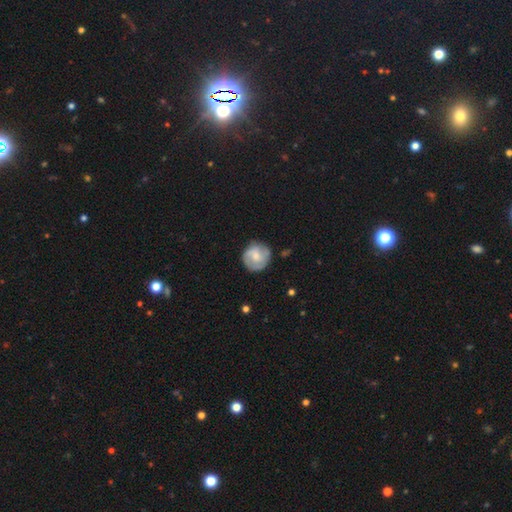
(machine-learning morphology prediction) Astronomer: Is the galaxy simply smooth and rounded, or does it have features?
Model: featured or disk — 50% (runner-up: smooth, 44%).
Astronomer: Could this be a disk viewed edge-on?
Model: no — 98%.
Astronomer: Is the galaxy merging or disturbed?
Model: none — 75%.